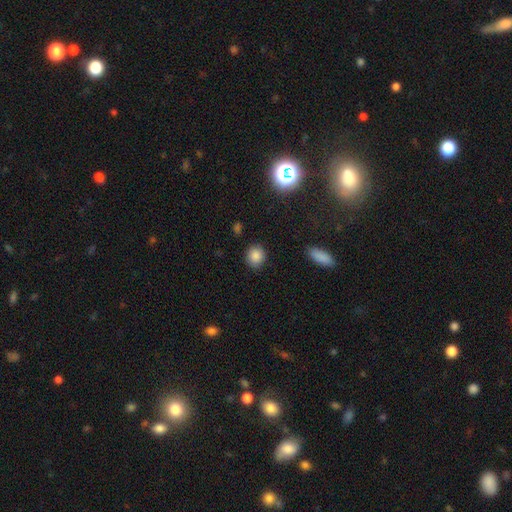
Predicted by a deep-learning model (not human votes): The model was most divided on "how rounded": round: 79%, in between: 20%, cigar-shaped: 1%. More confident: merging — none (88%); smooth or featured — smooth (85%).